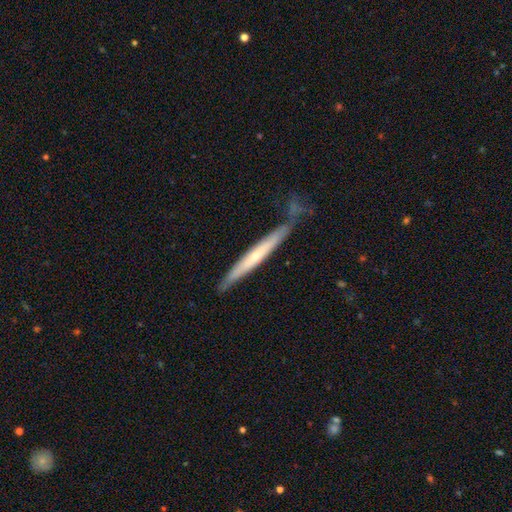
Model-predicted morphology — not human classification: Smooth or featured?
  - featured or disk: 52% *
  - smooth: 42%
  - star or artifact: 5%
Edge-on disk?
  - yes: 89% *
  - no: 11%
Merging?
  - none: 68% *
  - minor disturbance: 20%
  - merger: 7%
  - major disturbance: 5%